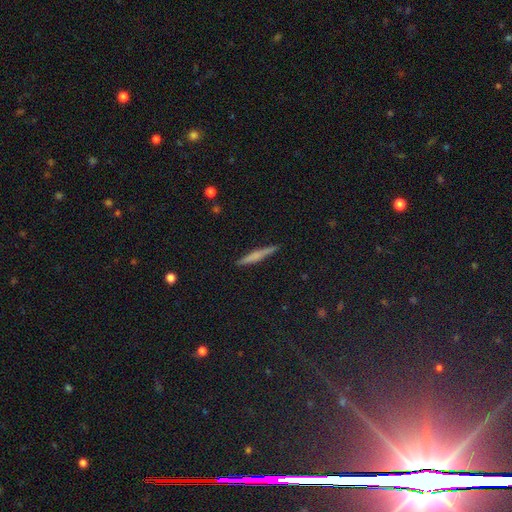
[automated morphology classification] Smooth or featured: smooth — 50% (featured or disk — 41%)
Merging: none — 90% (minor disturbance — 7%)